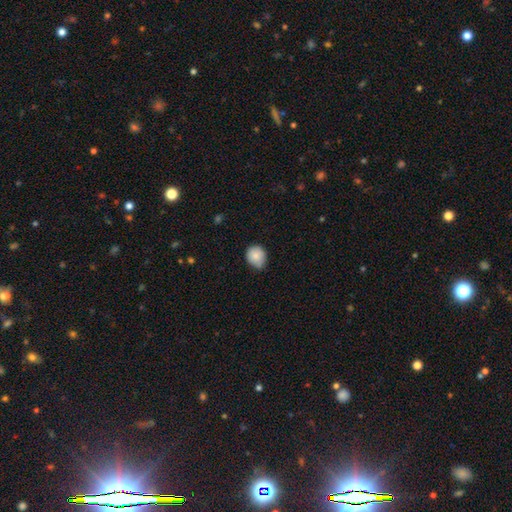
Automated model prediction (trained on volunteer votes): Smooth or featured: smooth — 84% (star or artifact — 8%)
How rounded: round — 70% (in between — 30%)
Merging: none — 63% (minor disturbance — 32%)